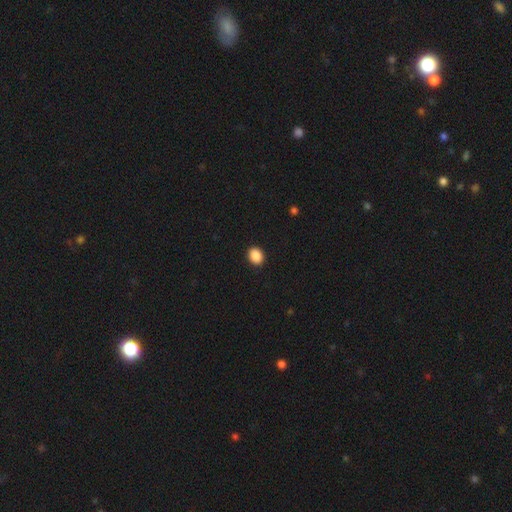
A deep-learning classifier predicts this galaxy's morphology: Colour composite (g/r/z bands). It shows a smooth galaxy with no disk features (89%) that is in between round and cigar-shaped (55%). Merging: none (92%).